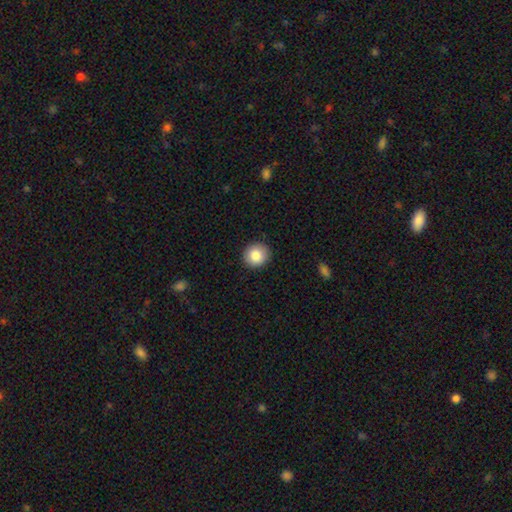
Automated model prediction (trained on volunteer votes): The model was most divided on "smooth or featured": smooth: 85%, star or artifact: 8%, featured or disk: 7%. More confident: merging — none (91%); how rounded — round (88%).